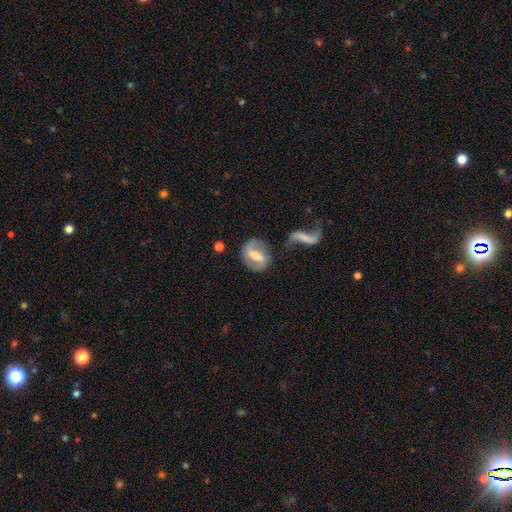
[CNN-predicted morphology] featured or disk 56%, smooth 36%, star or artifact 7%. Down the decision tree: edge-on disk — no (94%); bar — strong (48%); spiral arms — yes (67%); bulge size — moderate (43%); merging — none (51%).